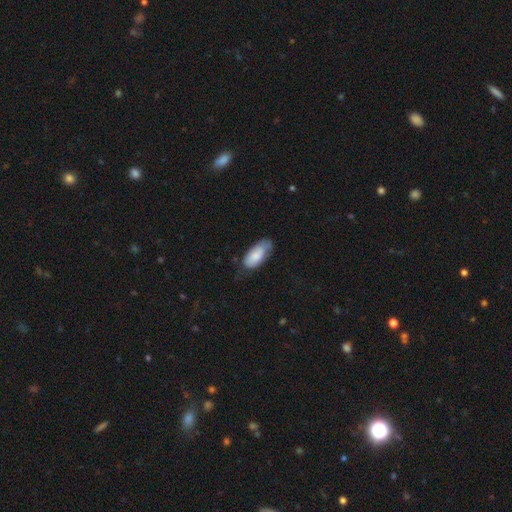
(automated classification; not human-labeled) Overall: smooth (79%). How rounded: in between (89%). Merging: none (53%; minor disturbance 35%).